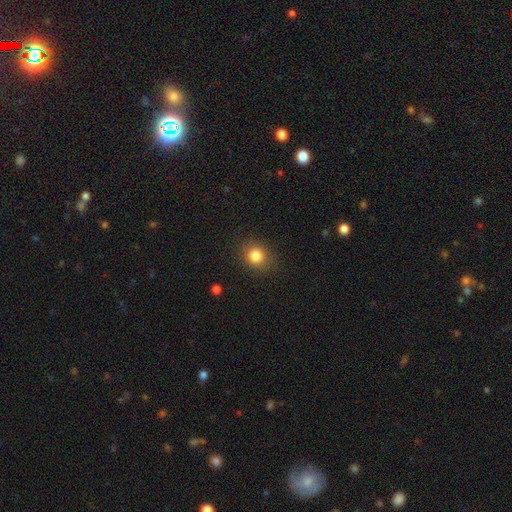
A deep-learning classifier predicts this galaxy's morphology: type=smooth (83%); roundness=round (78%); merging=none (86%).